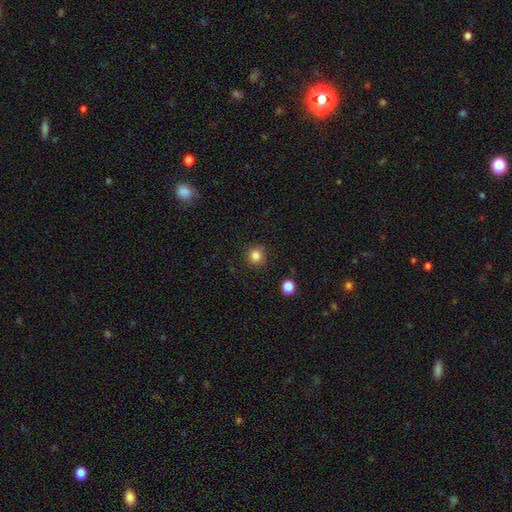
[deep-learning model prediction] A smooth galaxy with no disk features (84%) that is round (91%). Merging: none (88%).